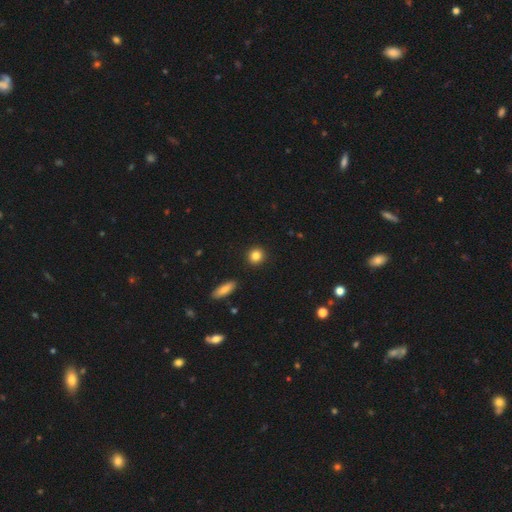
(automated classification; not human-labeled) smooth_or_featured: smooth (p=0.85) [alt: star or artifact p=0.10]
how_rounded: round (p=0.87) [alt: in between p=0.12]
merging: none (p=0.91) [alt: minor disturbance p=0.05]